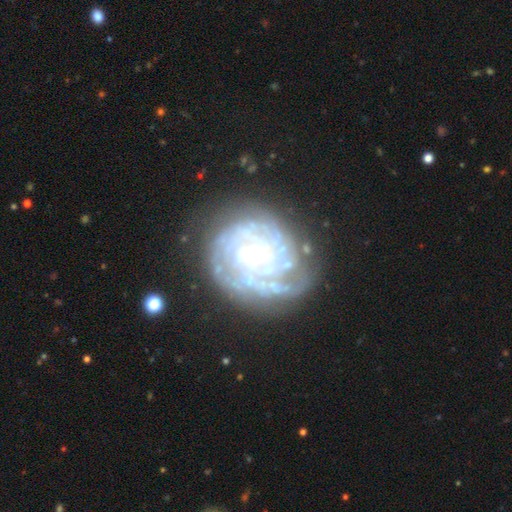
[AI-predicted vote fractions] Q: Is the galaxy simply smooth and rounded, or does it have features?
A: featured or disk — 83%.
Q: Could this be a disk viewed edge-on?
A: no — 97%.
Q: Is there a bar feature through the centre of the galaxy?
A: no — 73%.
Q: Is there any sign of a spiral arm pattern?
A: yes — 89%.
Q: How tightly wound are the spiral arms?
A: tight — 72%.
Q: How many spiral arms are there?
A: can't tell — 41%.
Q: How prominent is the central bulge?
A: small — 79%.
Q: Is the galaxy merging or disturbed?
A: none — 67%.